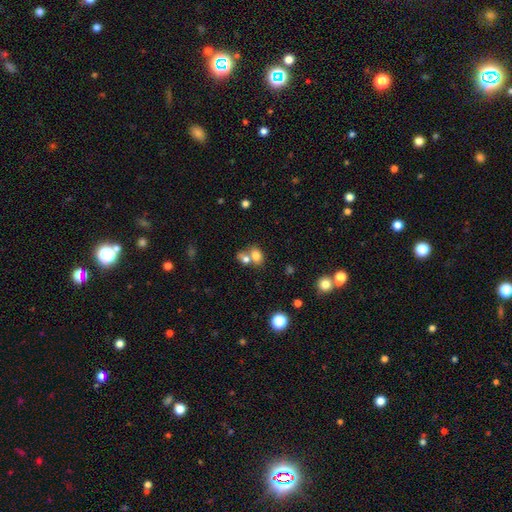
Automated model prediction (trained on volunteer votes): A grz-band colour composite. It shows a smooth galaxy with no disk features (77%) that is in between round and cigar-shaped (74%). Merging: merger (52%).